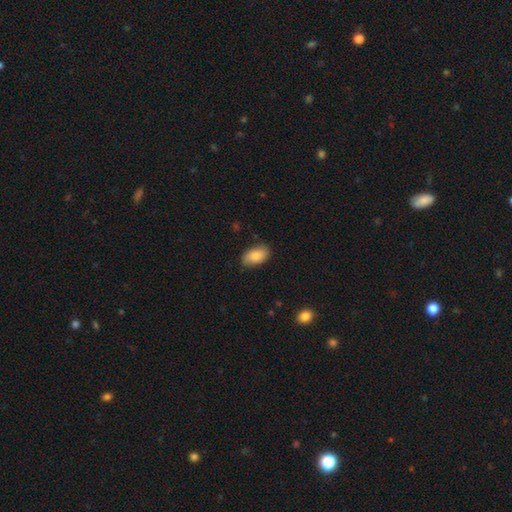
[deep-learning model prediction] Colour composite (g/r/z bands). It shows a smooth galaxy with no disk features (84%) that is in between round and cigar-shaped (94%). Merging: none (78%).